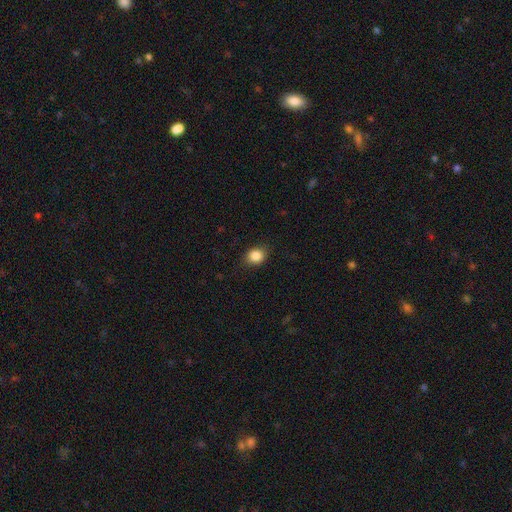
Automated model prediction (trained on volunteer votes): Smooth or featured? Predicted: smooth (p=0.86). How rounded? Predicted: round (p=0.58). Merging? Predicted: none (p=0.84).